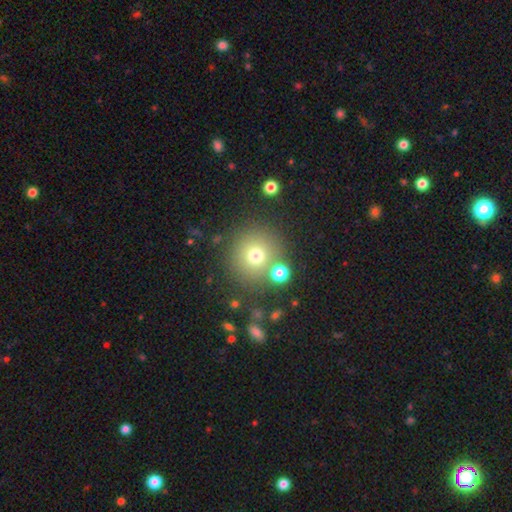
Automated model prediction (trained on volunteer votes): A smooth galaxy with no disk features (71%) that is round (94%). Merging: none (77%).